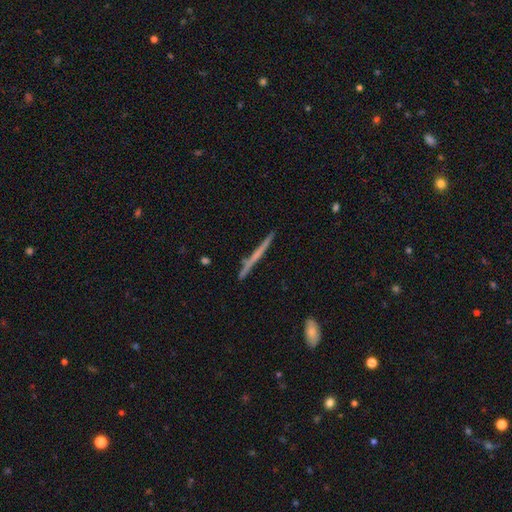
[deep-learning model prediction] Q: Smooth or featured?
A: featured or disk (58%); runner-up: smooth (35%)
Q: Edge-on disk?
A: yes (97%); runner-up: no (3%)
Q: Edge-on bulge?
A: none (81%); runner-up: rounded (13%)
Q: Merging?
A: none (89%); runner-up: minor disturbance (8%)